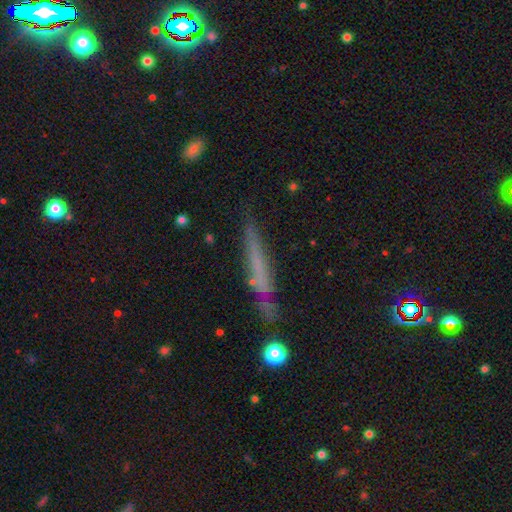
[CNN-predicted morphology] A smooth galaxy with no disk features (51%) that is cigar-shaped (92%).

Vote fractions:
- Smooth or featured? smooth: 51% / featured or disk: 39% / star or artifact: 9%
- How rounded? cigar-shaped: 92% / in between: 6% / round: 2%
- Merging? none: 67% / minor disturbance: 20% / major disturbance: 7% / merger: 6%